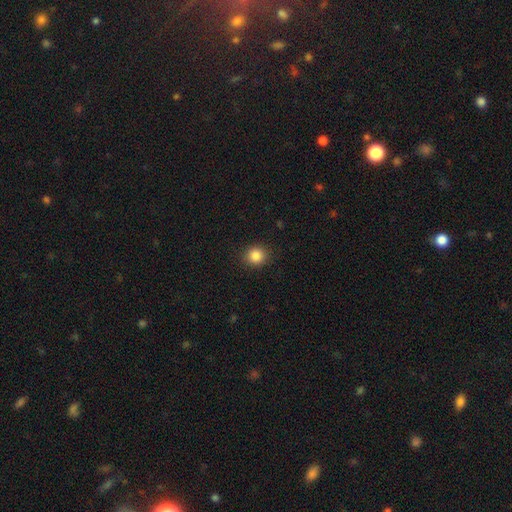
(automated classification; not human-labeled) Overall: smooth (85%). How rounded: round (81%). Merging: none (89%).